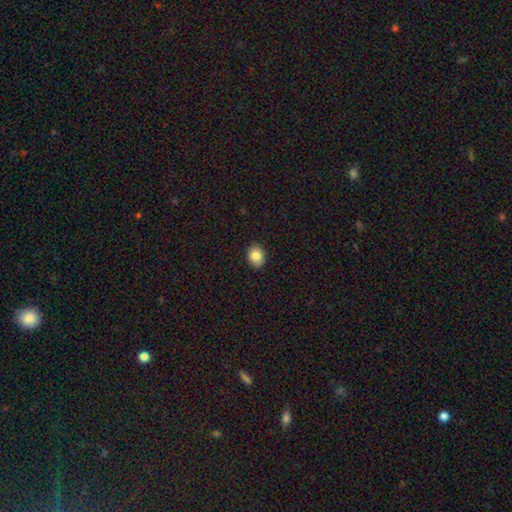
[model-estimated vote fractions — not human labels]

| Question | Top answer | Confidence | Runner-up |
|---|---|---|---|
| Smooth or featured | smooth | 84% | star or artifact (9%) |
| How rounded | round | 52% | in between (47%) |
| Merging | none | 90% | minor disturbance (7%) |